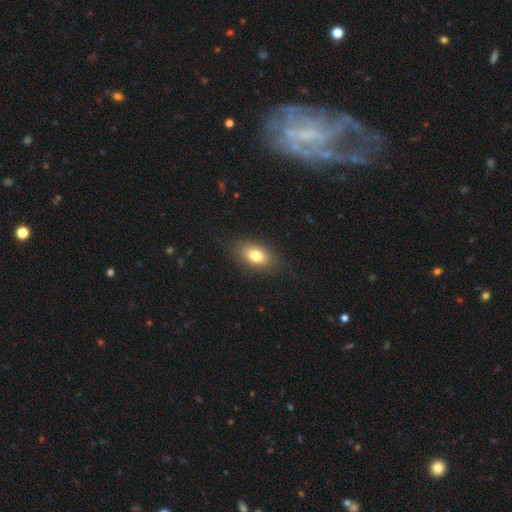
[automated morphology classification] This is likely a smooth galaxy (79%). How rounded: clearly in between (87%). Merging: clearly none (84%).